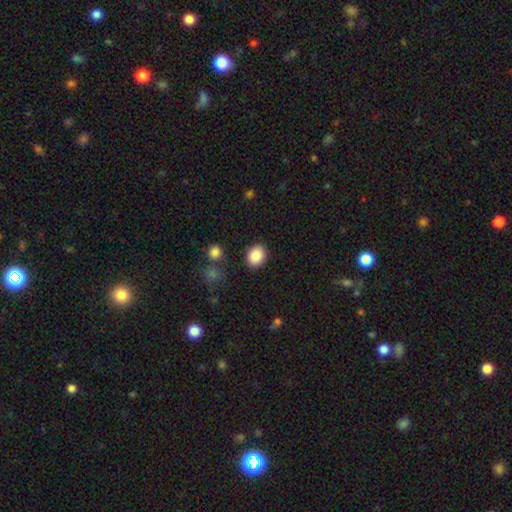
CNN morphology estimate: Smooth or featured? Predicted: smooth (p=0.88). How rounded? Predicted: in between (p=0.60). Merging? Predicted: none (p=0.87).